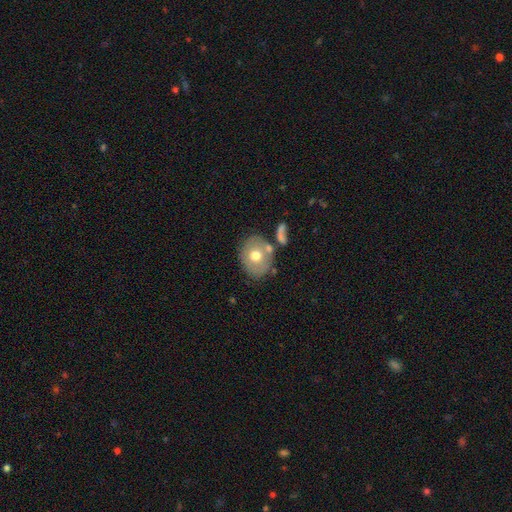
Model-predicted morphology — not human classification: The model was most divided on "how rounded": round: 53%, in between: 46%, cigar-shaped: 1%. More confident: merging — none (67%); smooth or featured — smooth (61%).